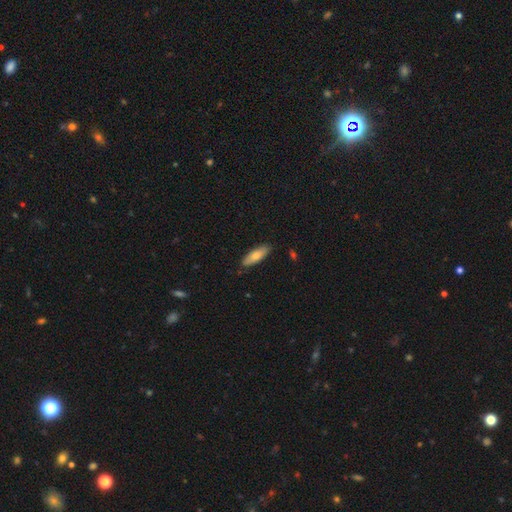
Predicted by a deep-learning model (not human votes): smooth_or_featured: smooth (p=0.74) [alt: featured or disk p=0.20]
how_rounded: in between (p=0.55) [alt: cigar-shaped p=0.43]
merging: none (p=0.85) [alt: minor disturbance p=0.12]